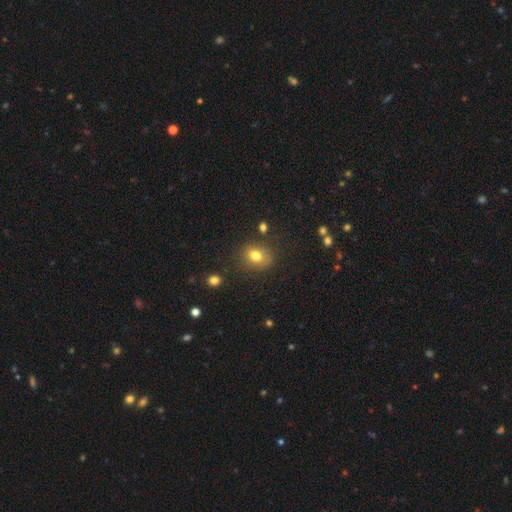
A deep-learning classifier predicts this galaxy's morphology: A smooth galaxy with no disk features (77%) that is round (53%).

Vote fractions:
- Smooth or featured? smooth: 77% / star or artifact: 12% / featured or disk: 10%
- How rounded? round: 53% / in between: 46% / cigar-shaped: 1%
- Merging? none: 78% / minor disturbance: 14% / major disturbance: 4% / merger: 3%